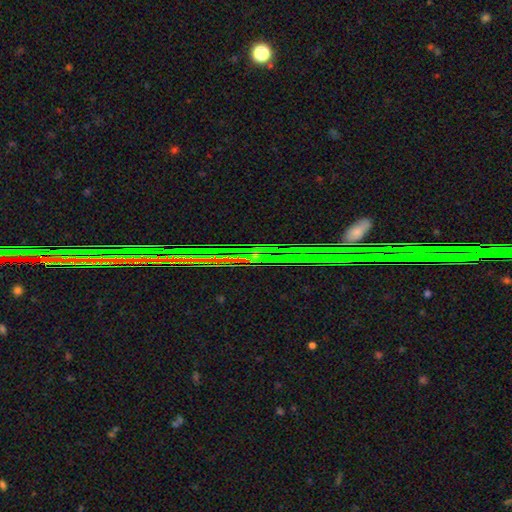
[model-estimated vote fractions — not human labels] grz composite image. It shows a star or artifact, not a galaxy (85%).